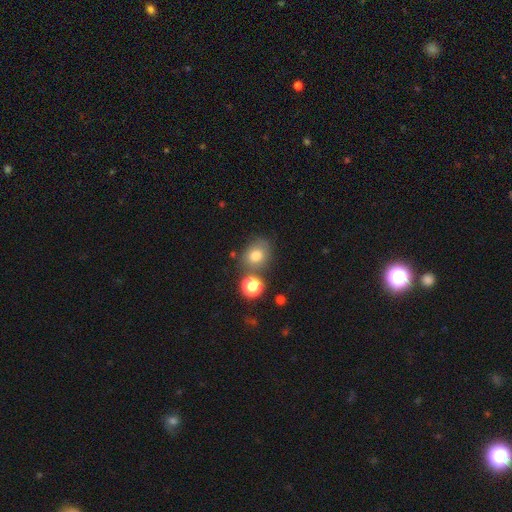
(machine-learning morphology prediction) Q: Smooth or featured?
A: smooth (77%); runner-up: star or artifact (13%)
Q: How rounded?
A: round (58%); runner-up: in between (41%)
Q: Merging?
A: none (64%); runner-up: minor disturbance (15%)